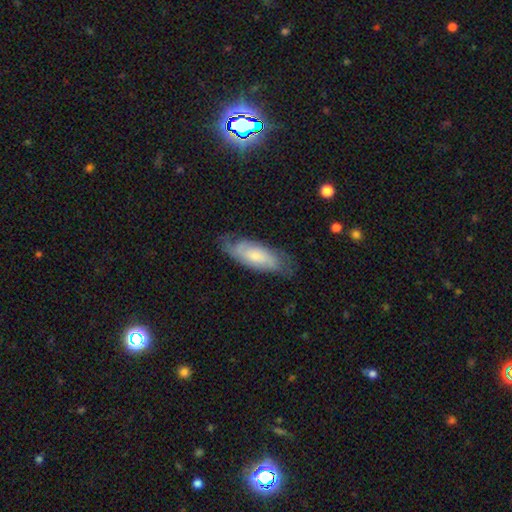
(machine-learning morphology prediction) Smooth or featured? featured or disk (51%)
Edge-on disk? no (84%)
Merging? none (66%)